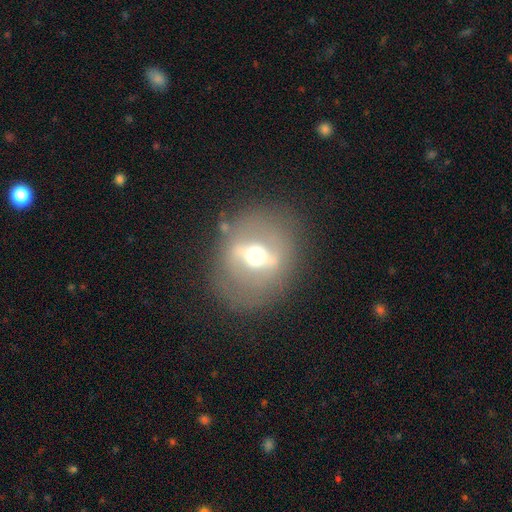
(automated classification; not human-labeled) featured or disk 68%, smooth 24%, star or artifact 9%. Down the decision tree: edge-on disk — no (78%); bar — strong (67%); spiral arms — no (84%); bulge size — moderate (69%); merging — none (79%).